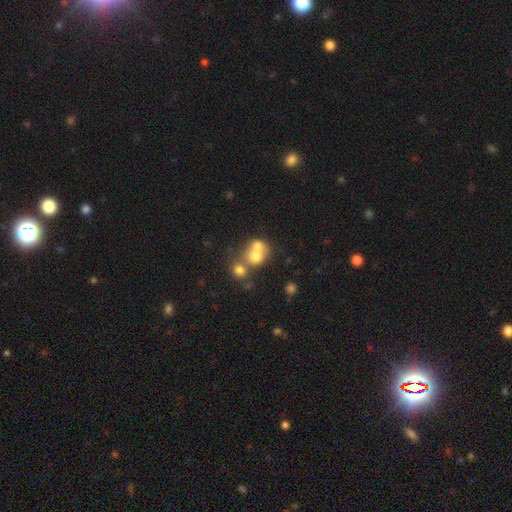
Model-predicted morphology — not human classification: Smooth or featured?
  - smooth: 67% *
  - featured or disk: 21%
  - star or artifact: 12%
How rounded?
  - round: 70% *
  - in between: 29%
  - cigar-shaped: 1%
Merging?
  - merger: 64% *
  - none: 25%
  - minor disturbance: 6%
  - major disturbance: 4%